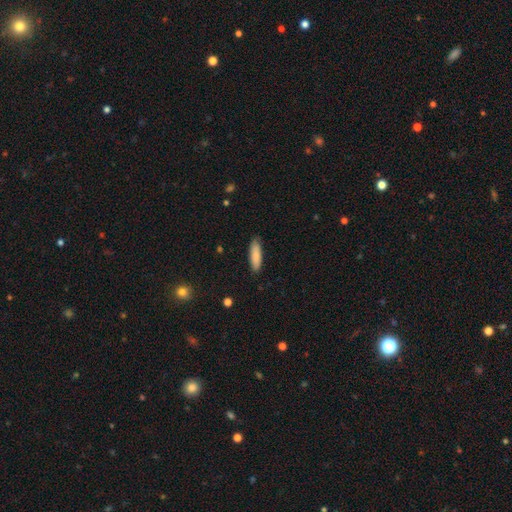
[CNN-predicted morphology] Q: Smooth or featured?
A: smooth (87%); runner-up: featured or disk (7%)
Q: How rounded?
A: cigar-shaped (61%); runner-up: in between (38%)
Q: Merging?
A: none (86%); runner-up: minor disturbance (11%)